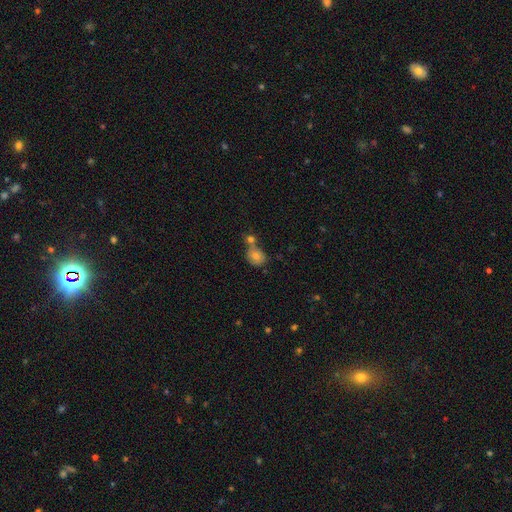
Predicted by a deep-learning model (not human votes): A smooth galaxy with no disk features (73%) that is round (74%).

Vote fractions:
- Smooth or featured? smooth: 73% / featured or disk: 14% / star or artifact: 13%
- How rounded? round: 74% / in between: 24% / cigar-shaped: 1%
- Merging? none: 48% / merger: 35% / minor disturbance: 13% / major disturbance: 4%